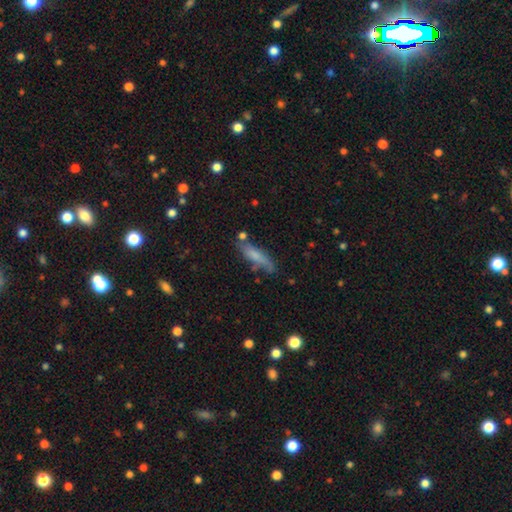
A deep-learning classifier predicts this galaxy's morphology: Overall: smooth (66%; featured or disk 26%). How rounded: cigar-shaped (70%). Merging: none (62%; minor disturbance 23%).